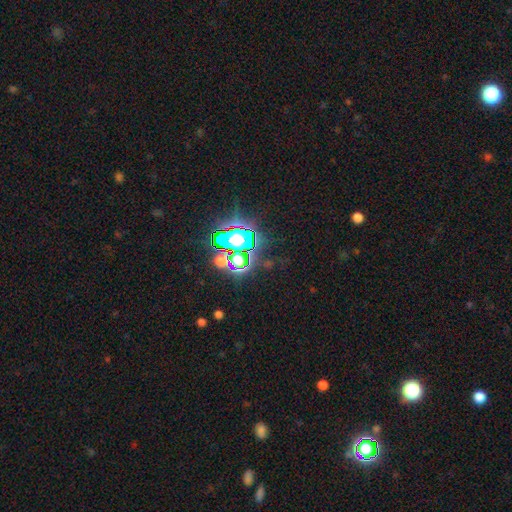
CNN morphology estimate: This is clearly a star or artifact rather than a galaxy (82%).